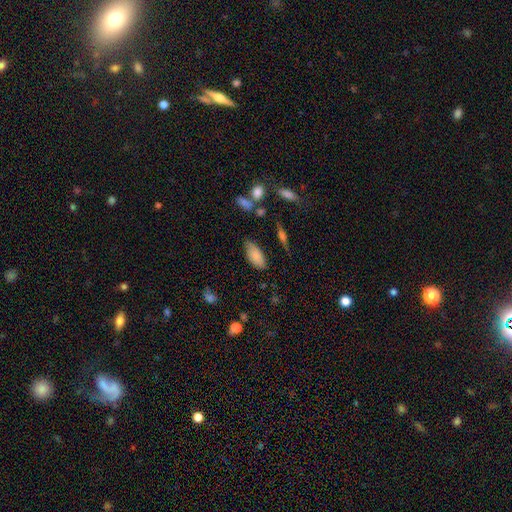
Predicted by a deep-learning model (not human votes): smooth_or_featured: smooth (p=0.84) [alt: star or artifact p=0.08]
how_rounded: in between (p=0.89) [alt: cigar-shaped p=0.08]
merging: none (p=0.74) [alt: minor disturbance p=0.18]